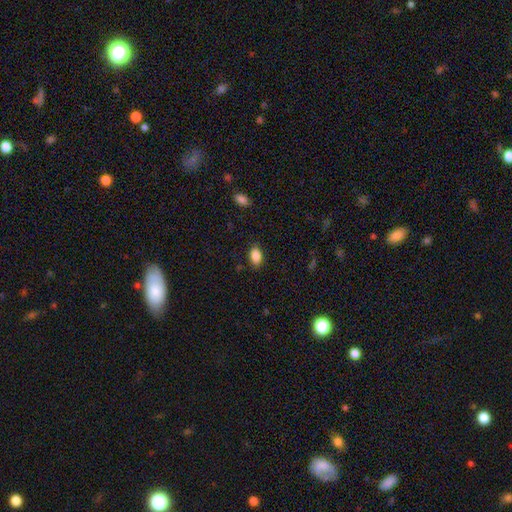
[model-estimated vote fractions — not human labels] smooth_or_featured: smooth (p=0.87) [alt: star or artifact p=0.09]
how_rounded: in between (p=0.88) [alt: round p=0.09]
merging: none (p=0.86) [alt: minor disturbance p=0.11]